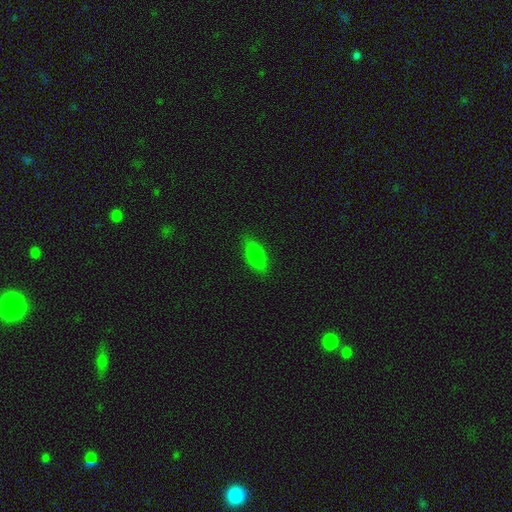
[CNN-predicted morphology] This appears to be a smooth galaxy with no disk features (77%) that is in between round and cigar-shaped (74%). Merging: none (84%).